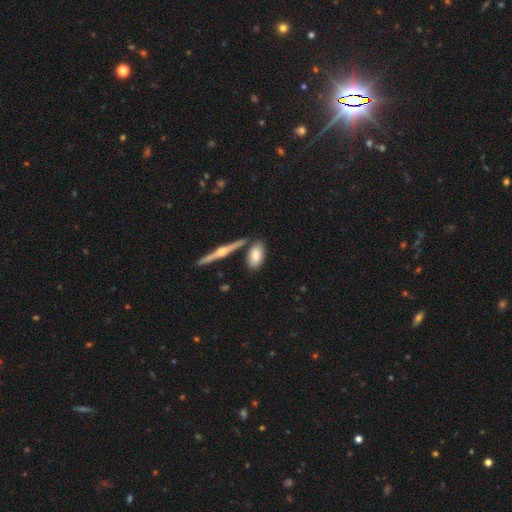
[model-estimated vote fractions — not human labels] This is likely a smooth galaxy (72%). How rounded: clearly in between (87%). Merging: likely none (72%).